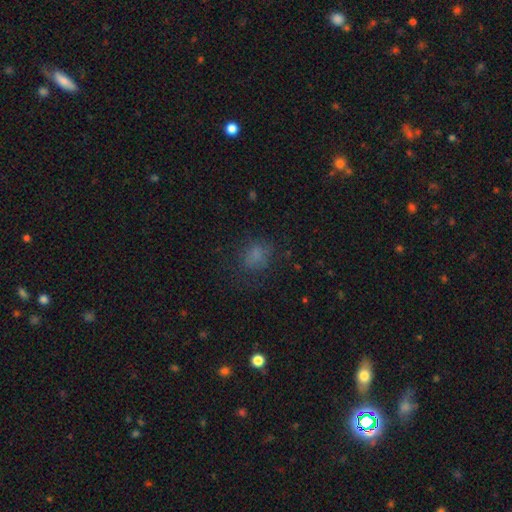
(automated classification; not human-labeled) smooth-or-featured: smooth: 71% | star or artifact: 19% | featured or disk: 10%
  how-rounded: round: 53% | in between: 46% | cigar-shaped: 1%
  merging: none: 68% | minor disturbance: 18% | major disturbance: 12% | merger: 2%